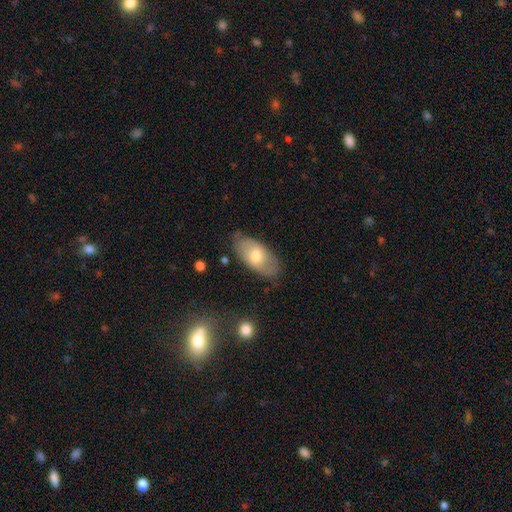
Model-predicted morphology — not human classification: This appears to be a smooth galaxy with no disk features (62%) that is in between round and cigar-shaped (93%). Merging: none (77%).